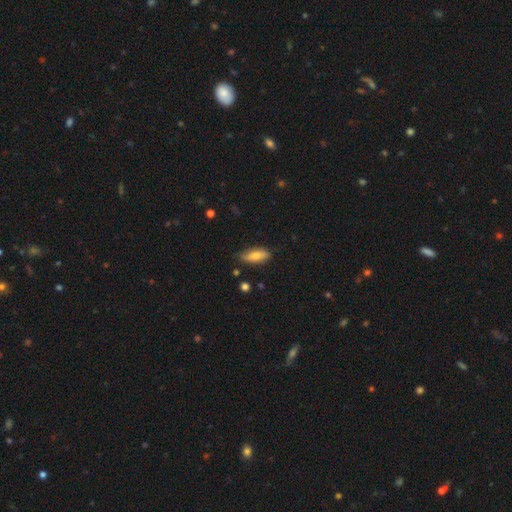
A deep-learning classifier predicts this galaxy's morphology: Overall: smooth (75%). How rounded: in between (65%; cigar-shaped 32%). Merging: none (75%).